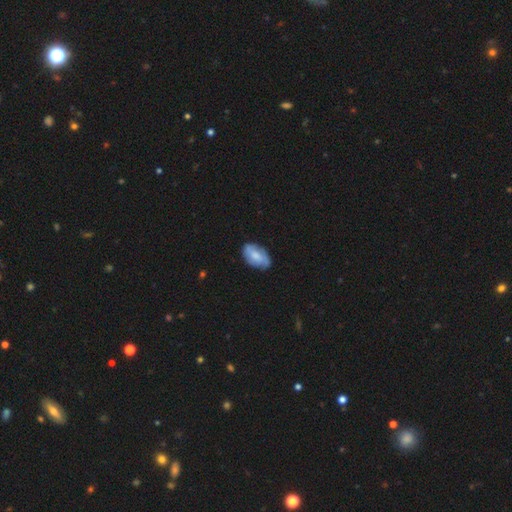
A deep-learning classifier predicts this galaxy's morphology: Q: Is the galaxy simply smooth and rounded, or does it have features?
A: smooth — 57%.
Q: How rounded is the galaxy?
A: in between — 92%.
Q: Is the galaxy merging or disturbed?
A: none — 73%.